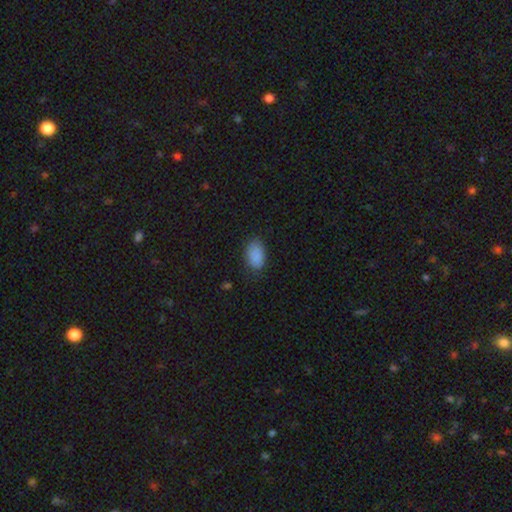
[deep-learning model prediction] Morphology: type=smooth (88%); roundness=in between (91%); merging=none (76%).